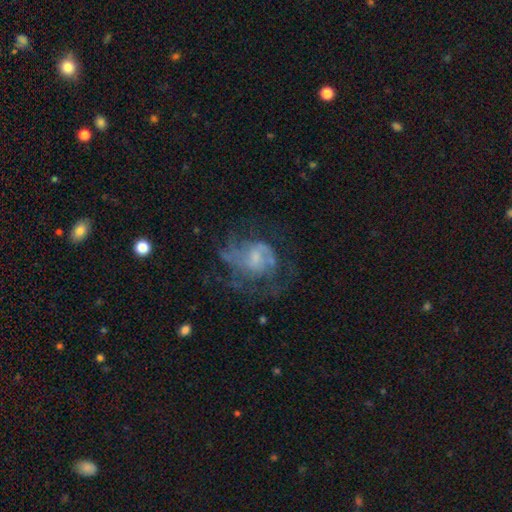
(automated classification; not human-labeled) The model was most divided on "bulge size": small: 44%, moderate: 31%, none: 19%, large: 5%, dominant: 1%. Remaining: edge-on disk — no (97%); spiral arms — yes (73%); smooth or featured — featured or disk (68%); bar — no (63%); merging — none (50%).